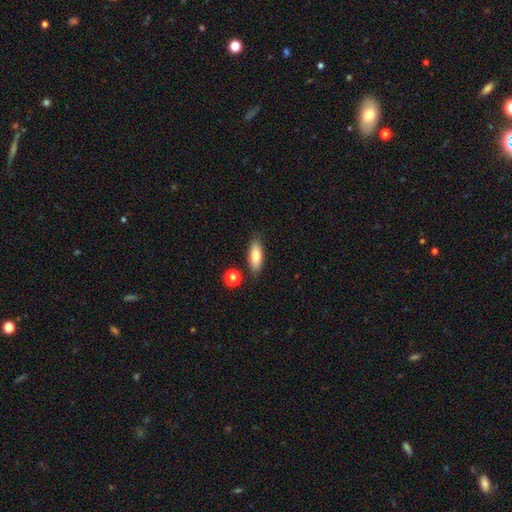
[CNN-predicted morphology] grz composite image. It shows a smooth galaxy with no disk features (80%) that is in between round and cigar-shaped (70%). Merging: none (83%).